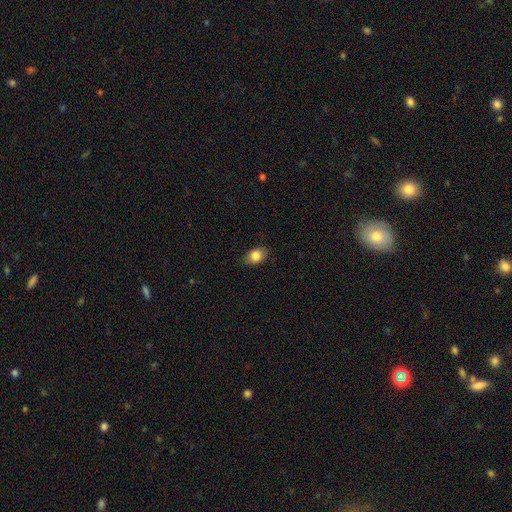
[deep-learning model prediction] Overall: smooth (82%). How rounded: in between (79%). Merging: none (84%).